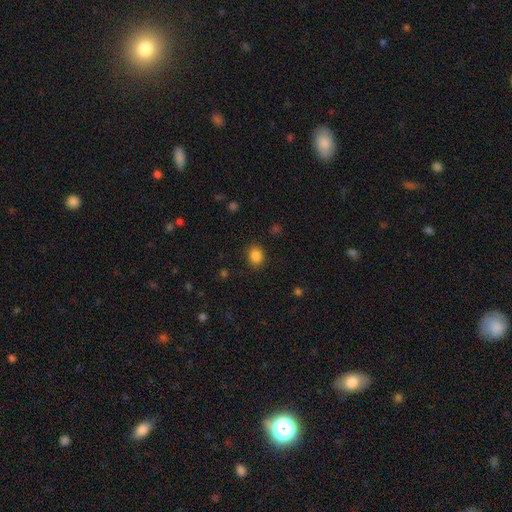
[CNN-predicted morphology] A smooth galaxy with no disk features (86%) that is round (59%).

Vote fractions:
- Smooth or featured? smooth: 86% / star or artifact: 10% / featured or disk: 4%
- How rounded? round: 59% / in between: 40% / cigar-shaped: 1%
- Merging? none: 88% / minor disturbance: 8% / major disturbance: 3% / merger: 1%